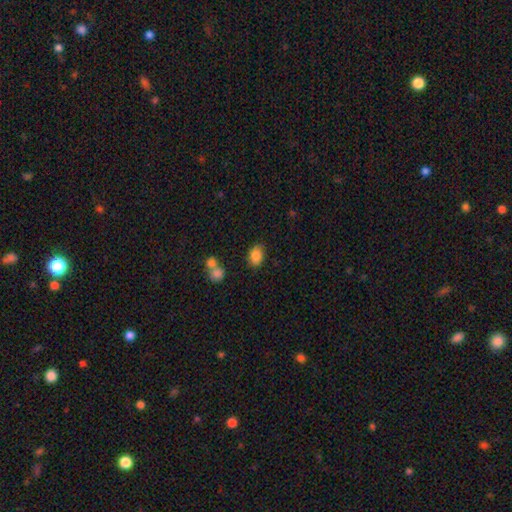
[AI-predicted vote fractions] Smooth or featured? smooth (86%)
How rounded? in between (76%)
Merging? none (75%)